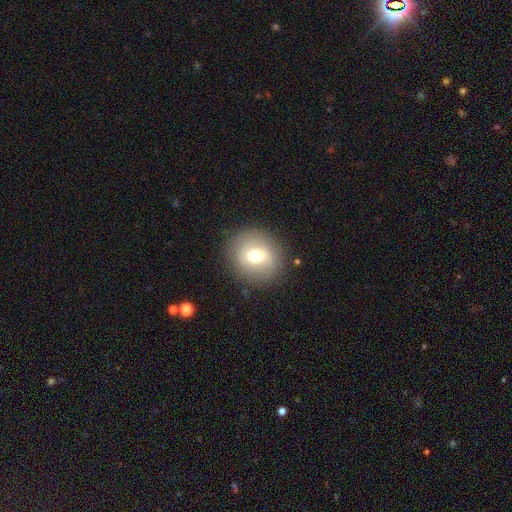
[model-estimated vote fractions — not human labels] smooth 63%, featured or disk 27%, star or artifact 10%. Down the decision tree: how rounded — round (85%); merging — none (85%).